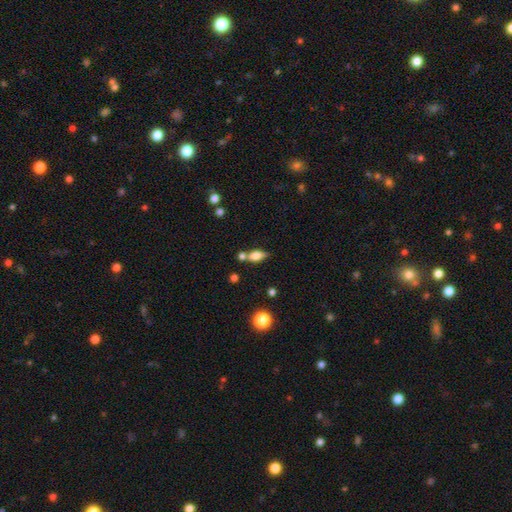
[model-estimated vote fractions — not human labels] Smooth or featured: smooth — 68% (featured or disk — 23%)
How rounded: in between — 78% (cigar-shaped — 14%)
Merging: none — 56% (merger — 23%)